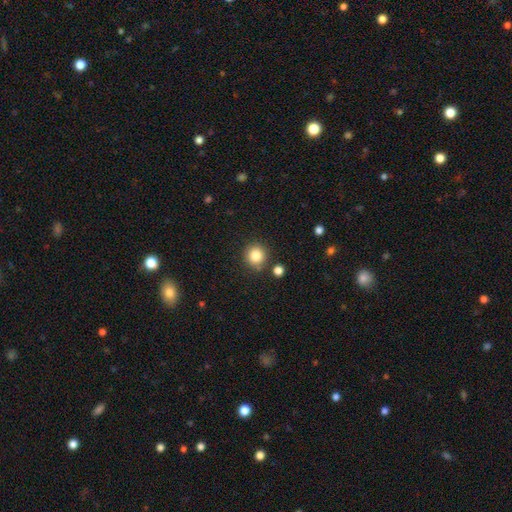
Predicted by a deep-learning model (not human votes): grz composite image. It shows a smooth galaxy with no disk features (83%) that is round (92%). Merging: none (84%).